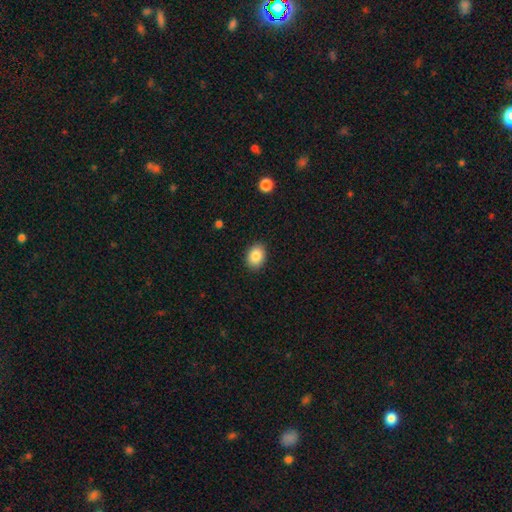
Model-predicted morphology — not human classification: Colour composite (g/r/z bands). It shows a smooth galaxy with no disk features (87%) that is in between round and cigar-shaped (70%). Merging: none (89%).